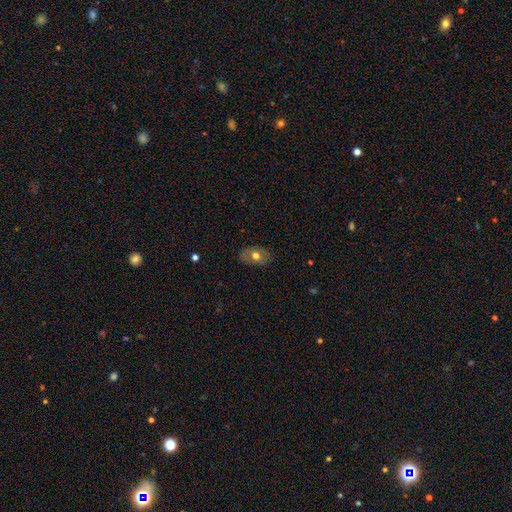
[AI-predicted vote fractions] Smooth or featured: smooth — 61% (featured or disk — 30%)
How rounded: in between — 82% (round — 16%)
Merging: none — 82% (minor disturbance — 14%)